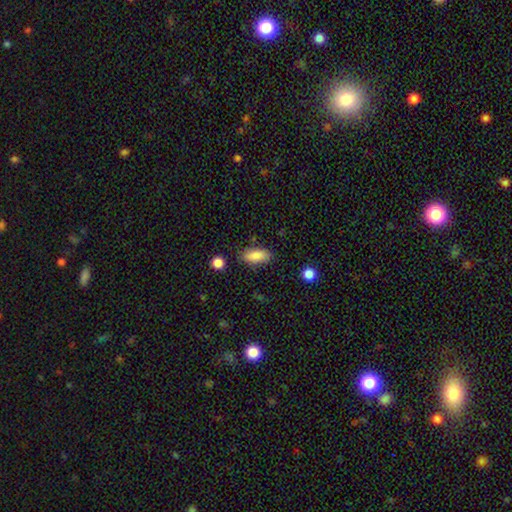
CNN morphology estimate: smooth_or_featured: smooth (p=0.86) [alt: featured or disk p=0.07]
how_rounded: in between (p=0.82) [alt: cigar-shaped p=0.15]
merging: none (p=0.82) [alt: minor disturbance p=0.12]